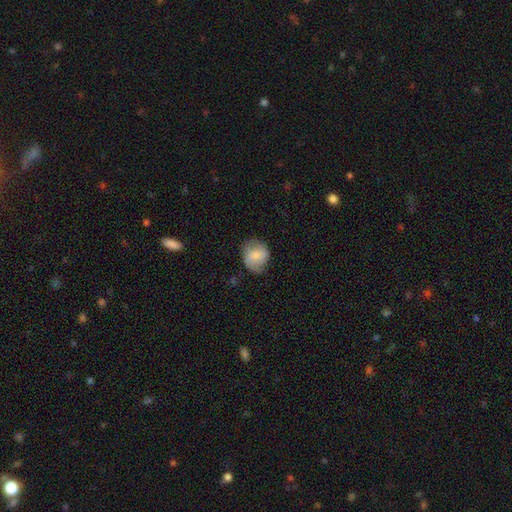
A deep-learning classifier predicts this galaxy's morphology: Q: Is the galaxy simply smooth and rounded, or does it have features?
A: smooth — 67%.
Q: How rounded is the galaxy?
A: round — 65%.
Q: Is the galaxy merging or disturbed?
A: none — 64%.